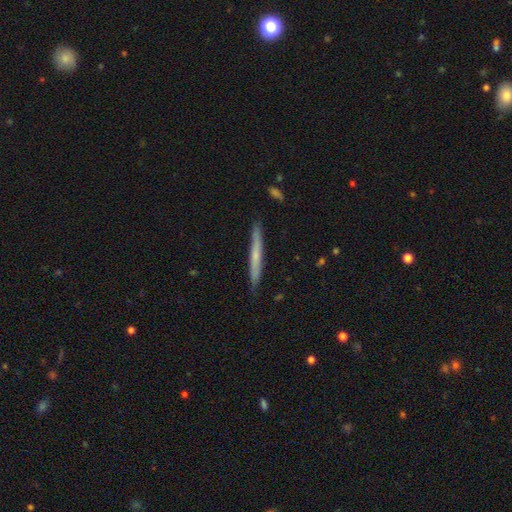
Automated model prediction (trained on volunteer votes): Overall: smooth (50%; featured or disk 45%). Merging: none (89%).